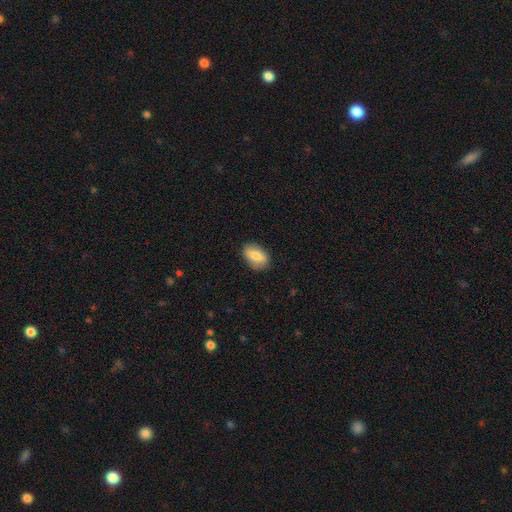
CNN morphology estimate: Smooth or featured?
  - smooth: 74% *
  - featured or disk: 20%
  - star or artifact: 7%
How rounded?
  - in between: 88% *
  - round: 9%
  - cigar-shaped: 3%
Merging?
  - none: 85% *
  - minor disturbance: 11%
  - major disturbance: 3%
  - merger: 1%